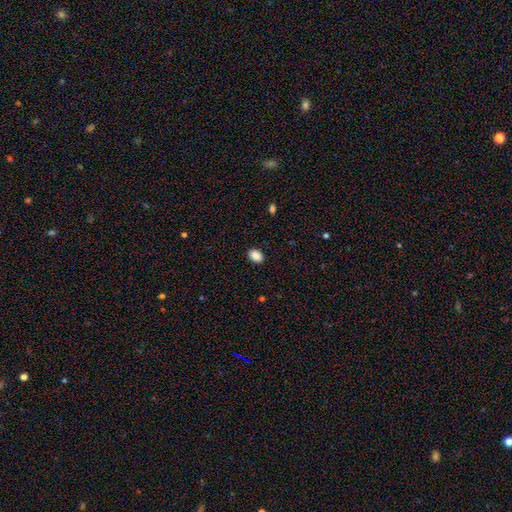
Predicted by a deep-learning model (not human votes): Smooth or featured? smooth (89%)
How rounded? in between (78%)
Merging? none (89%)